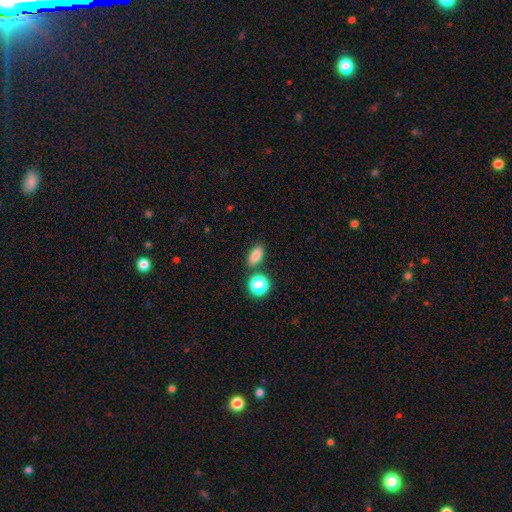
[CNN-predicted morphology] smooth-or-featured: smooth: 83% | star or artifact: 12% | featured or disk: 5%
  how-rounded: in between: 82% | round: 12% | cigar-shaped: 5%
  merging: none: 80% | minor disturbance: 10% | merger: 7% | major disturbance: 3%